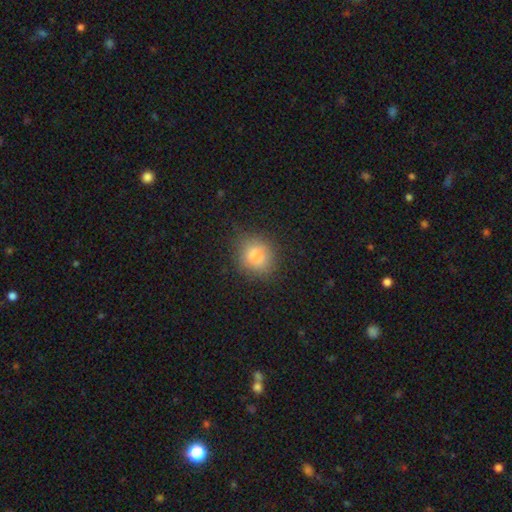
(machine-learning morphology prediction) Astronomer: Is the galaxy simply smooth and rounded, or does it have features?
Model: smooth — 83%.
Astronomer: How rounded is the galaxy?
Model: round — 73%.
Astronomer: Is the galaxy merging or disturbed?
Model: none — 75%.